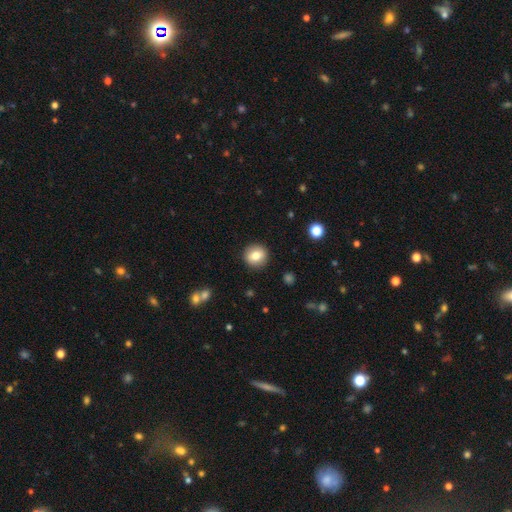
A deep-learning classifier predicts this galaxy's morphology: A smooth galaxy with no disk features (80%) that is round (90%). Merging: none (91%).